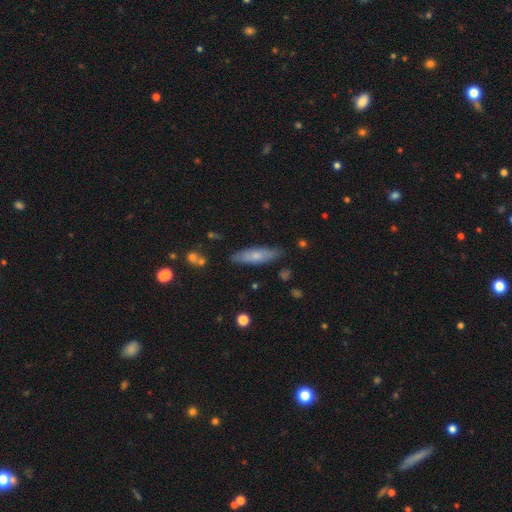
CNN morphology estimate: smooth-or-featured: smooth: 65% | featured or disk: 28% | star or artifact: 6%
  how-rounded: cigar-shaped: 60% | in between: 38% | round: 2%
  merging: none: 83% | minor disturbance: 13% | major disturbance: 2% | merger: 2%